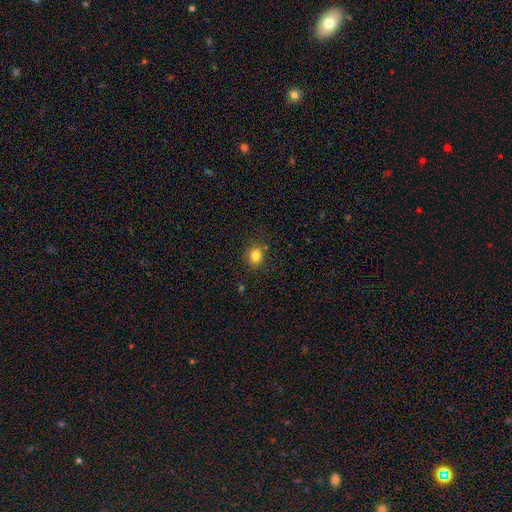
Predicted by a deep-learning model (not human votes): smooth_or_featured: smooth (p=0.82) [alt: star or artifact p=0.12]
how_rounded: round (p=0.76) [alt: in between p=0.23]
merging: none (p=0.85) [alt: minor disturbance p=0.10]